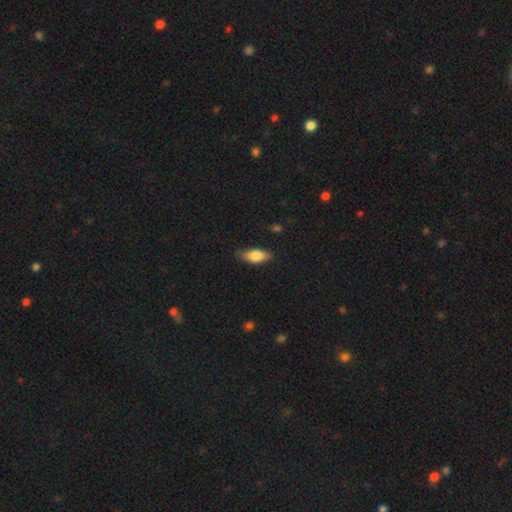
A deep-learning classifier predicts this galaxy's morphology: Smooth or featured? smooth (77%)
How rounded? in between (80%)
Merging? none (81%)